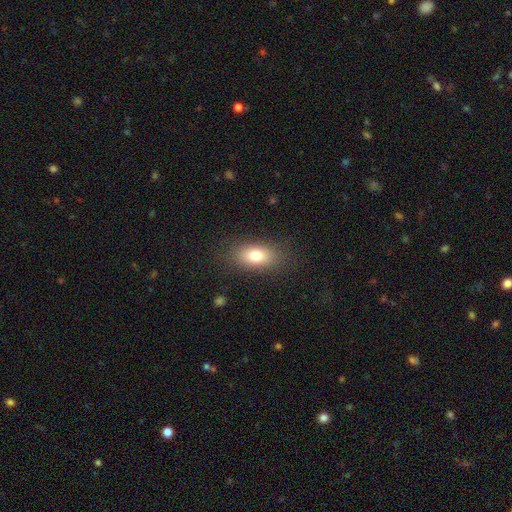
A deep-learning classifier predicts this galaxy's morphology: Q: Smooth or featured?
A: smooth (78%); runner-up: featured or disk (13%)
Q: How rounded?
A: in between (85%); runner-up: round (9%)
Q: Merging?
A: none (85%); runner-up: minor disturbance (10%)